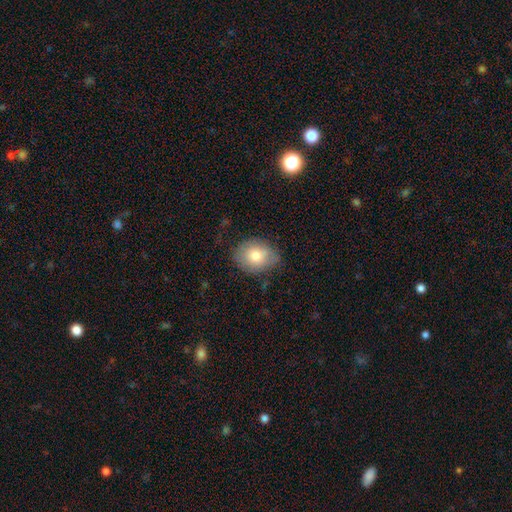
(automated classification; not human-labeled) This appears to be a smooth galaxy with no disk features (78%) that is in between round and cigar-shaped (56%). Merging: none (72%).